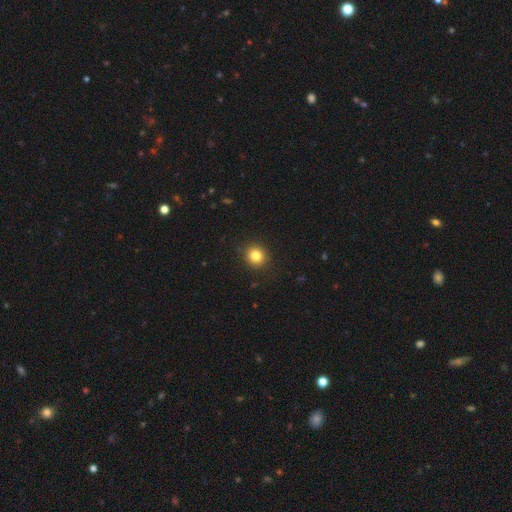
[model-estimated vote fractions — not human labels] This appears to be a smooth galaxy with no disk features (83%) that is round (88%). Merging: none (91%).